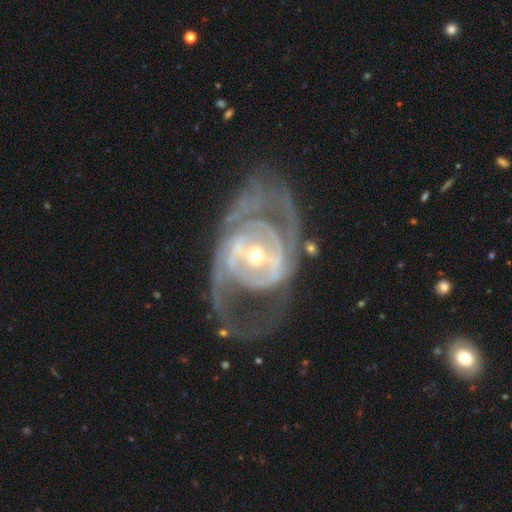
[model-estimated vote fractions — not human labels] Smooth or featured: featured or disk — 88% (smooth — 6%)
Edge-on disk: no — 96% (yes — 4%)
Bar: strong — 39% (weak — 35%)
Spiral arms: yes — 85% (no — 15%)
Spiral winding: tight — 43% (medium — 40%)
Spiral arm count: 2 — 53% (can't tell — 25%)
Bulge size: small — 53% (moderate — 42%)
Merging: none — 50% (major disturbance — 30%)